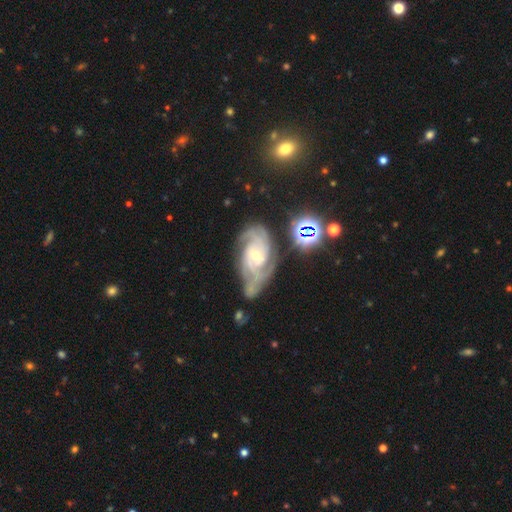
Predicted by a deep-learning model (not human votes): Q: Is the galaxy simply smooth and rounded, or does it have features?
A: featured or disk — 88%.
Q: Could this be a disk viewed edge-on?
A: no — 97%.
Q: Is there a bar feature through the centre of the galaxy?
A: no — 53%.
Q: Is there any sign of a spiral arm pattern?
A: yes — 98%.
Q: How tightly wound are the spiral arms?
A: tight — 60%.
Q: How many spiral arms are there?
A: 3 — 38%.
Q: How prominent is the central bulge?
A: moderate — 50%.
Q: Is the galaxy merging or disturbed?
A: none — 59%.